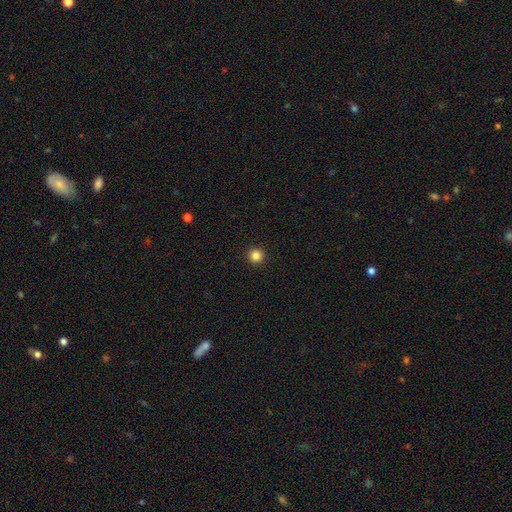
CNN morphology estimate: This appears to be a smooth galaxy with no disk features (84%) that is round (97%). Merging: none (94%).